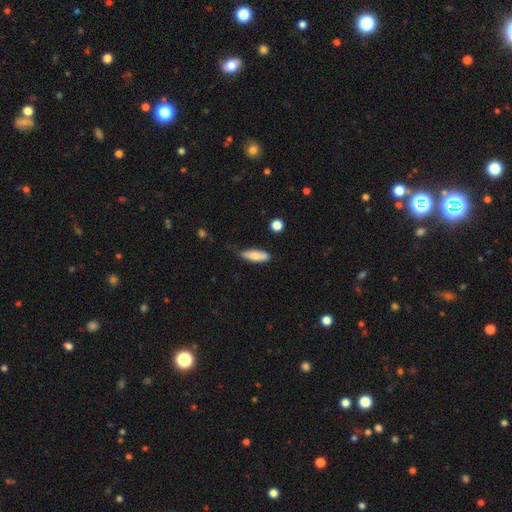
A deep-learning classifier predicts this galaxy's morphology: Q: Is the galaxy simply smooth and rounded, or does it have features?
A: smooth — 75%.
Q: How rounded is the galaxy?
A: in between — 54%.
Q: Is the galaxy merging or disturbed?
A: none — 73%.